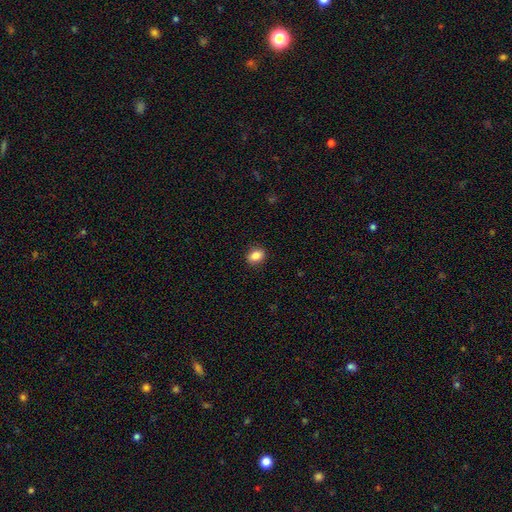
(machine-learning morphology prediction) The model was most divided on "how rounded": in between: 62%, round: 37%, cigar-shaped: 1%. More confident: merging — none (90%); smooth or featured — smooth (86%).